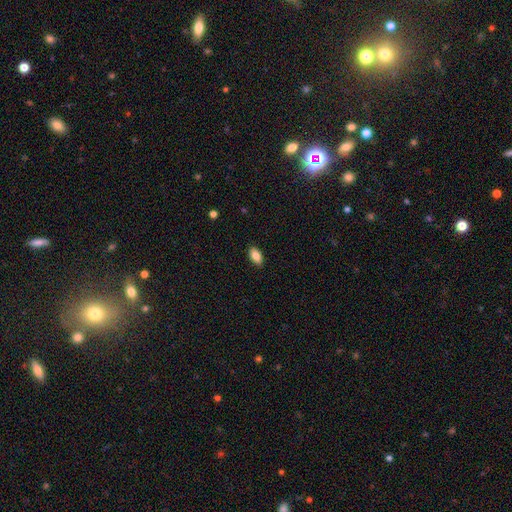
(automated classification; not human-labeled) Smooth or featured? smooth (86%)
How rounded? in between (91%)
Merging? none (89%)